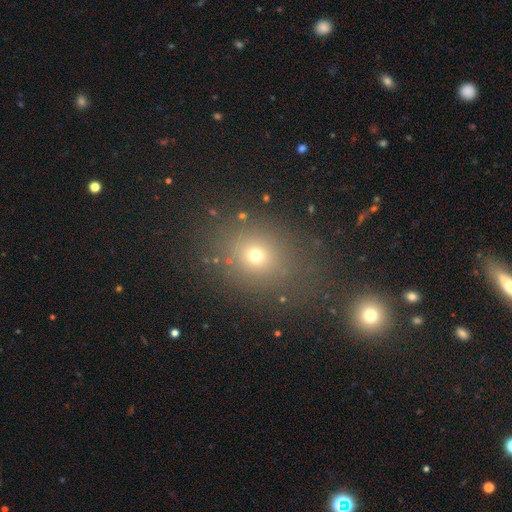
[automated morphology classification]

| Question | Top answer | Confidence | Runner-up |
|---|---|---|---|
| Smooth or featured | smooth | 67% | star or artifact (22%) |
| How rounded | round | 64% | in between (35%) |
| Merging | none | 79% | minor disturbance (11%) |